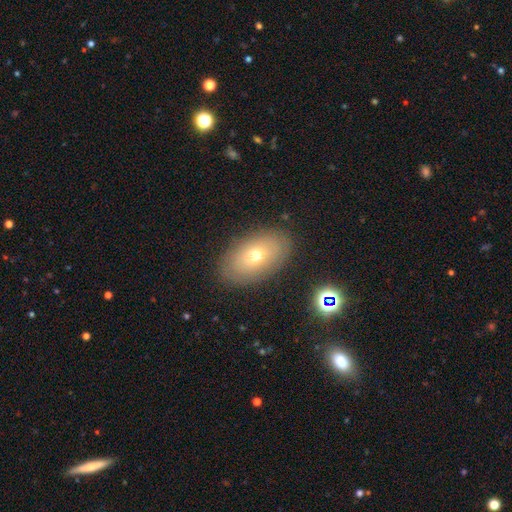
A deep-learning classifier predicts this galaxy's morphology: Smooth or featured? smooth (65%)
How rounded? in between (91%)
Merging? none (86%)